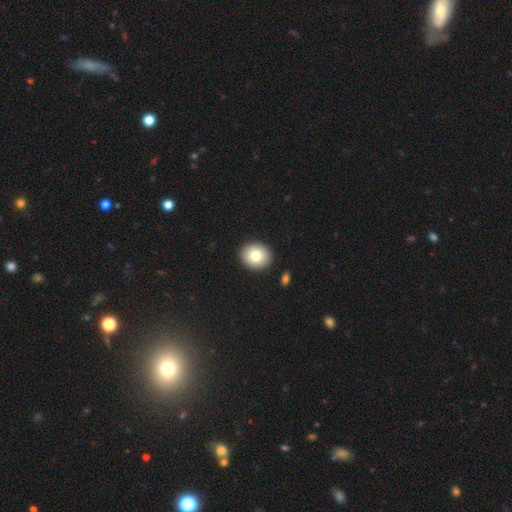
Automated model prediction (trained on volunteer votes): Smooth or featured?
  - smooth: 80% *
  - featured or disk: 12%
  - star or artifact: 9%
How rounded?
  - round: 73% *
  - in between: 26%
  - cigar-shaped: 1%
Merging?
  - none: 91% *
  - minor disturbance: 6%
  - major disturbance: 2%
  - merger: 2%